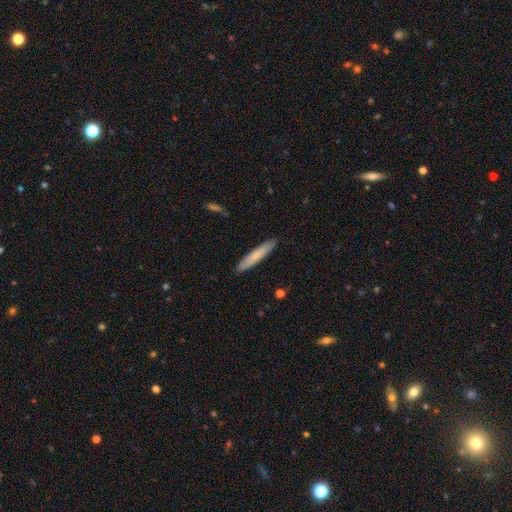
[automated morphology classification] A smooth galaxy with no disk features (70%) that is cigar-shaped (93%).

Vote fractions:
- Smooth or featured? smooth: 70% / featured or disk: 25% / star or artifact: 5%
- How rounded? cigar-shaped: 93% / in between: 5% / round: 1%
- Merging? none: 90% / minor disturbance: 7% / major disturbance: 1% / merger: 1%